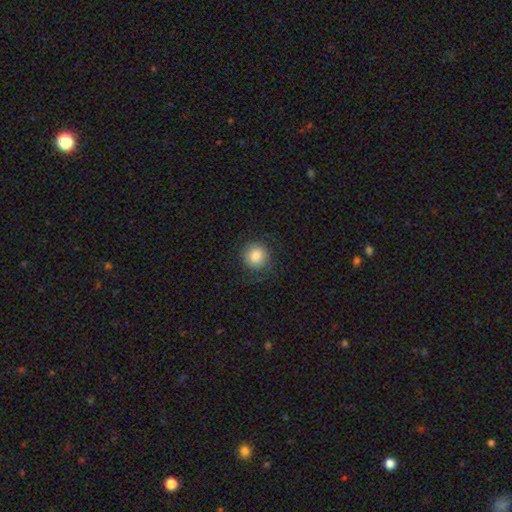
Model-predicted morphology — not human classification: smooth_or_featured: smooth (p=0.83) [alt: featured or disk p=0.09]
how_rounded: round (p=0.93) [alt: in between p=0.06]
merging: none (p=0.80) [alt: minor disturbance p=0.13]